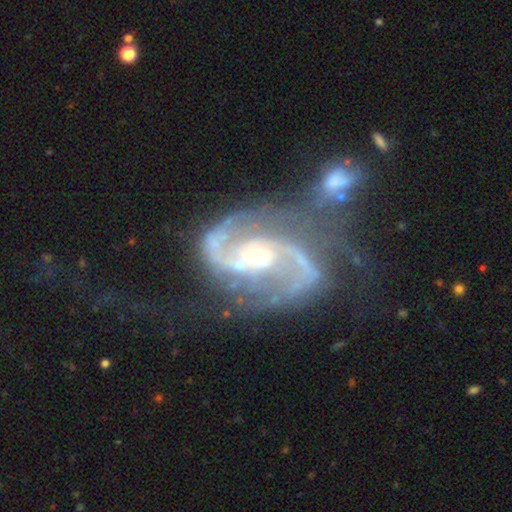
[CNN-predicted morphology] Smooth or featured? Predicted: featured or disk (p=0.91). Edge-on disk? Predicted: no (p=0.98). Bar? Predicted: weak (p=0.42). Spiral arms? Predicted: yes (p=0.98). Spiral winding? Predicted: medium (p=0.57). Spiral arm count? Predicted: 2 (p=0.87). Bulge size? Predicted: small (p=0.56). Merging? Predicted: merger (p=0.35).